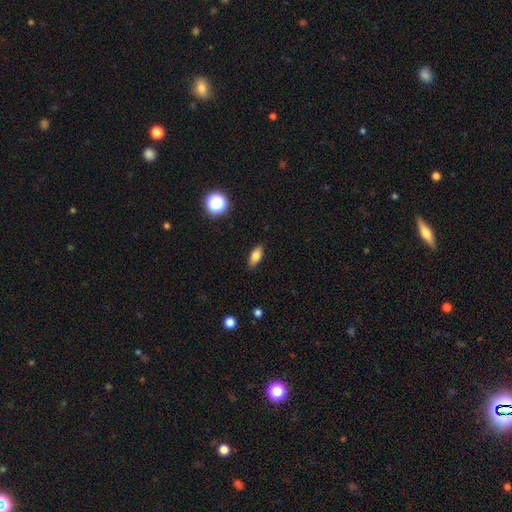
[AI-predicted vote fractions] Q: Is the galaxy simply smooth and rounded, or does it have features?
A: smooth — 75%.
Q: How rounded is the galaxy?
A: in between — 78%.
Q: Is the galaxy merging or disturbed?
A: none — 87%.